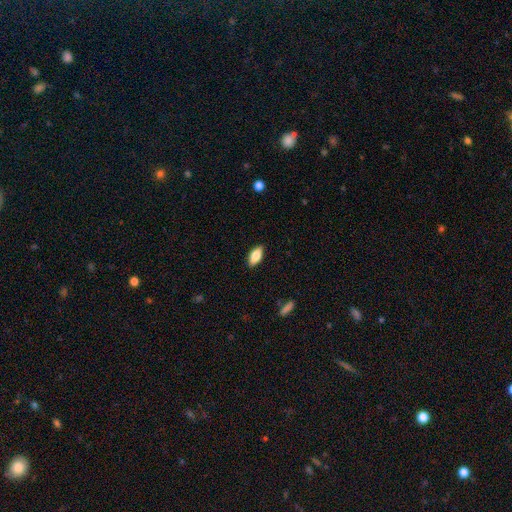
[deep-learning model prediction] Smooth or featured: smooth — 82% (featured or disk — 12%)
How rounded: in between — 87% (cigar-shaped — 10%)
Merging: none — 88% (minor disturbance — 9%)